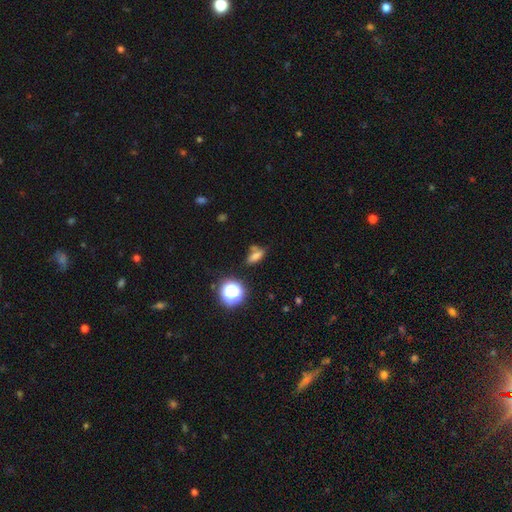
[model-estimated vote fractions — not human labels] smooth_or_featured: smooth (p=0.65) [alt: star or artifact p=0.21]
how_rounded: in between (p=0.60) [alt: cigar-shaped p=0.23]
merging: none (p=0.59) [alt: minor disturbance p=0.18]